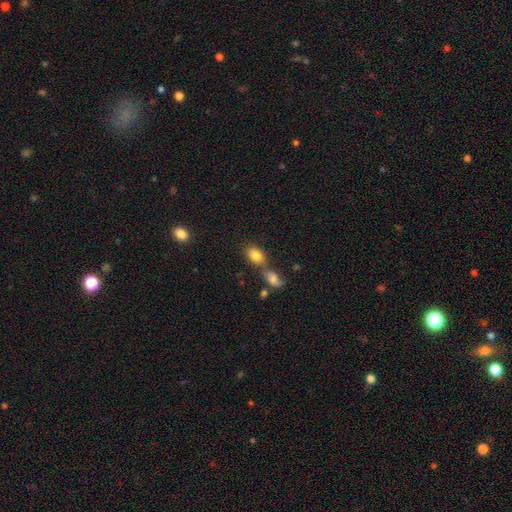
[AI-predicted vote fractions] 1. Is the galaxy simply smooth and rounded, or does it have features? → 81% smooth, 10% featured or disk, 9% star or artifact.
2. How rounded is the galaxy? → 81% in between, 17% round, 2% cigar-shaped.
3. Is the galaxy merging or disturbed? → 47% none, 37% merger, 11% minor disturbance, 5% major disturbance.